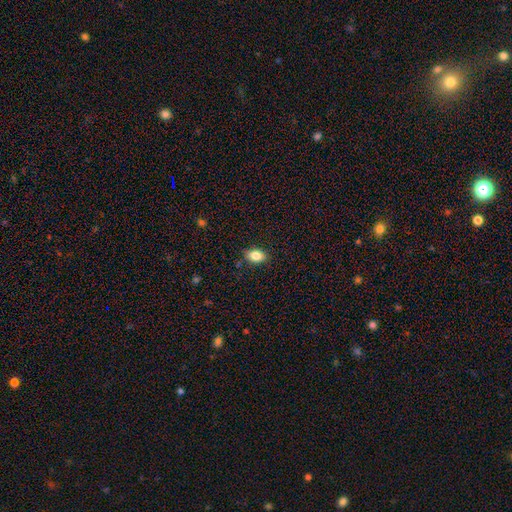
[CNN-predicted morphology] type=smooth (83%); roundness=in between (85%); merging=none (84%).